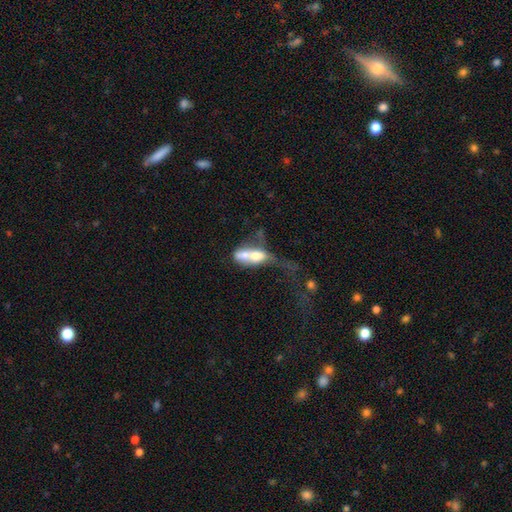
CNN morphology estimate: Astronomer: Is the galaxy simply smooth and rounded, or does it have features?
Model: smooth — 51% (runner-up: featured or disk, 39%).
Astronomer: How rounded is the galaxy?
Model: in between — 67%.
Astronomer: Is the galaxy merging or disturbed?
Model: merger — 63%.